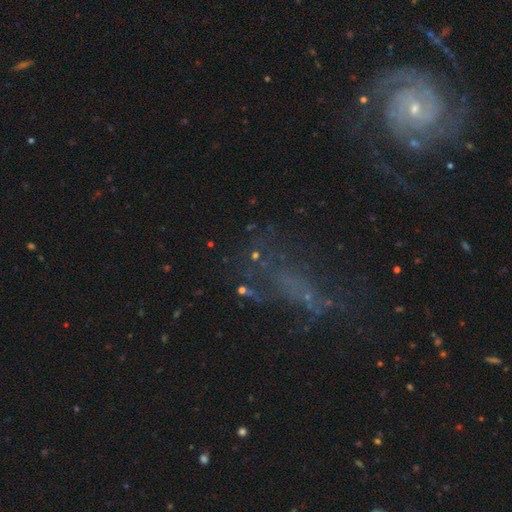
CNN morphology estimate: This appears to be a star or artifact, not a galaxy (41%).